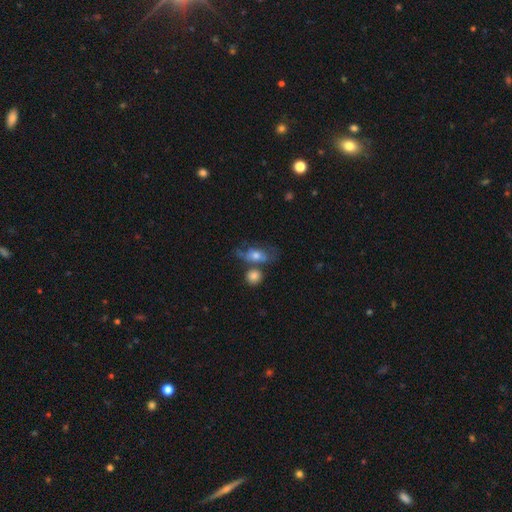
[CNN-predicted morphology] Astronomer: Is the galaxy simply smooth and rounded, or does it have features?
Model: smooth — 51% (runner-up: featured or disk, 38%).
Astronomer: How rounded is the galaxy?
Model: in between — 71%.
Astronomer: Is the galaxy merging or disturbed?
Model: none — 40% (runner-up: merger, 22%).